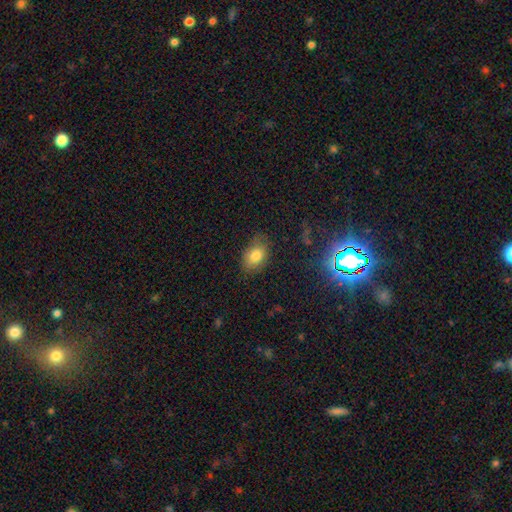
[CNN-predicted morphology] Smooth or featured?
  - smooth: 80% *
  - star or artifact: 10%
  - featured or disk: 10%
How rounded?
  - in between: 82% *
  - round: 17%
  - cigar-shaped: 1%
Merging?
  - none: 75% *
  - minor disturbance: 19%
  - major disturbance: 5%
  - merger: 1%